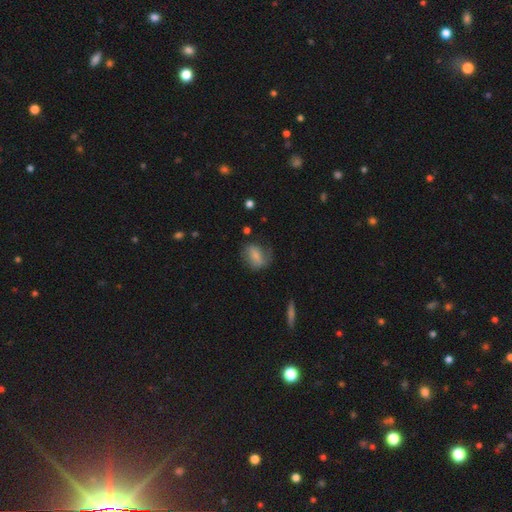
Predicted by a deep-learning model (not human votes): Q: Smooth or featured?
A: smooth (59%); runner-up: featured or disk (32%)
Q: How rounded?
A: in between (68%); runner-up: round (29%)
Q: Merging?
A: none (52%); runner-up: minor disturbance (28%)